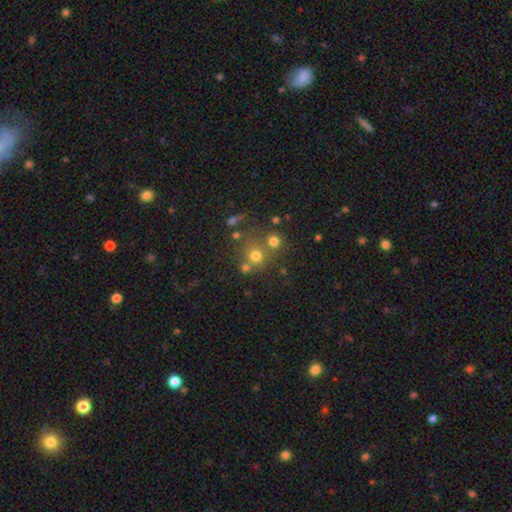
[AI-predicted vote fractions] smooth 68%, star or artifact 20%, featured or disk 12%. Down the decision tree: how rounded — round (88%); merging — none (59%).